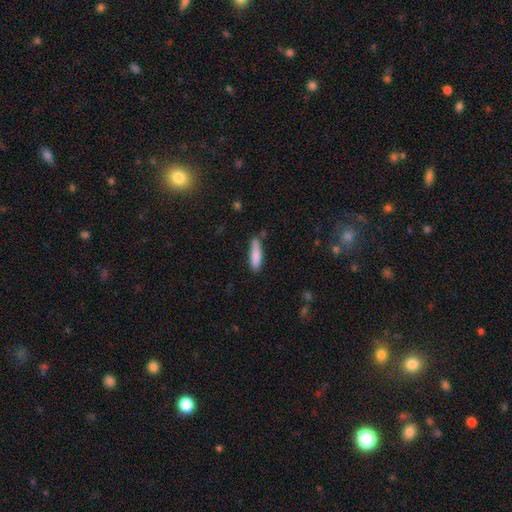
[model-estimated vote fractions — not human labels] A smooth galaxy with no disk features (83%) that is cigar-shaped (76%). Merging: none (73%).